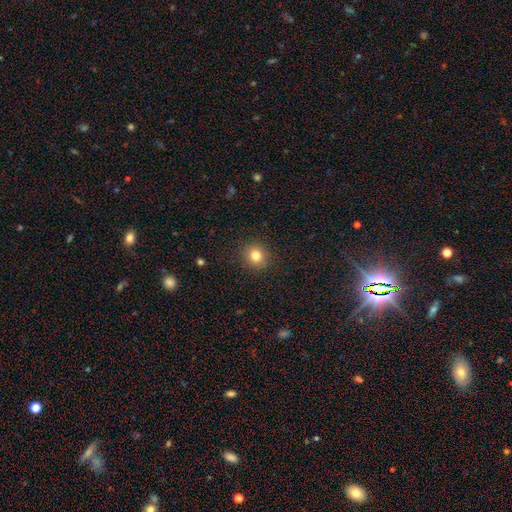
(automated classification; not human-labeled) This appears to be a smooth galaxy with no disk features (81%) that is round (88%). Merging: none (91%).